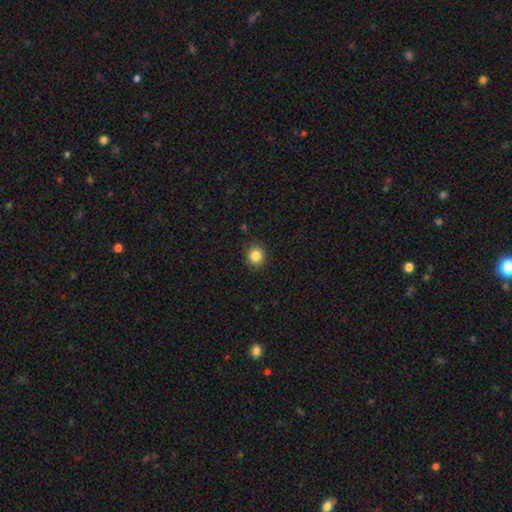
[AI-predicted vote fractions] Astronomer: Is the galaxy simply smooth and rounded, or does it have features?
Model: smooth — 85%.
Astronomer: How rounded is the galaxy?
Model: round — 89%.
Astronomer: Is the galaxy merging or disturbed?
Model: none — 89%.